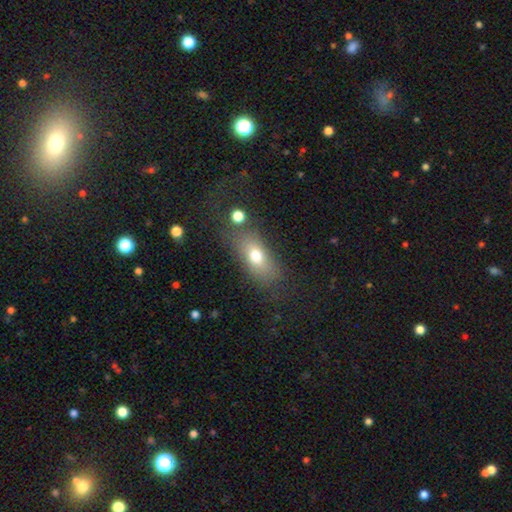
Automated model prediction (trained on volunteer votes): smooth 69%, featured or disk 19%, star or artifact 11%. Down the decision tree: how rounded — in between (77%); merging — none (69%).